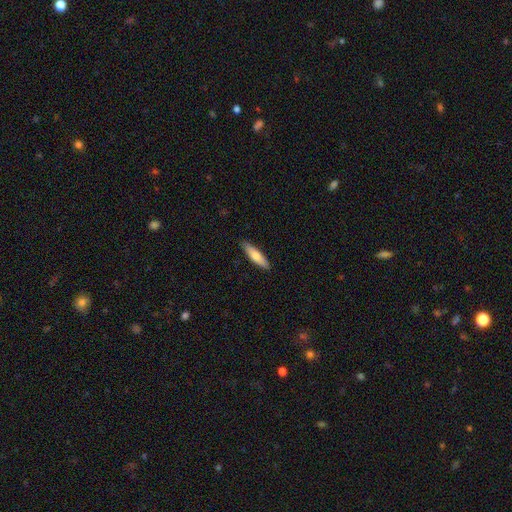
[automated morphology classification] Smooth or featured? Predicted: smooth (p=0.69). How rounded? Predicted: cigar-shaped (p=0.74). Merging? Predicted: none (p=0.89).